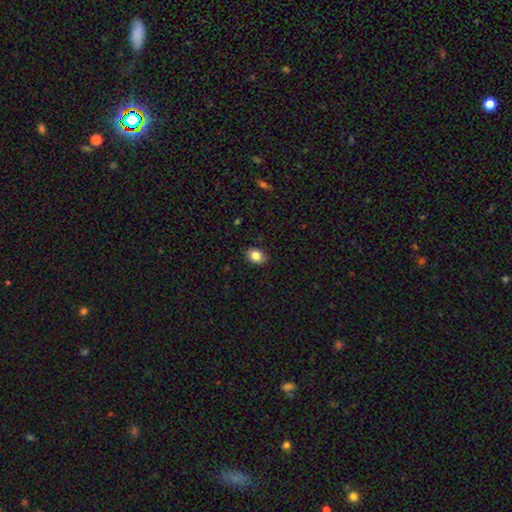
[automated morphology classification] Smooth or featured? Predicted: smooth (p=0.85). How rounded? Predicted: in between (p=0.66). Merging? Predicted: none (p=0.86).